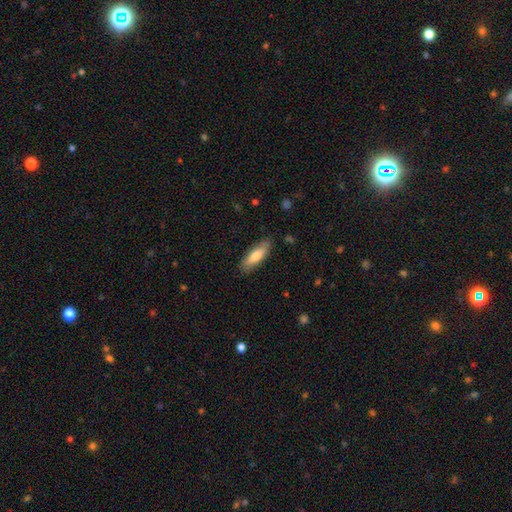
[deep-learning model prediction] This appears to be a smooth galaxy with no disk features (74%) that is cigar-shaped (52%). Merging: none (85%).